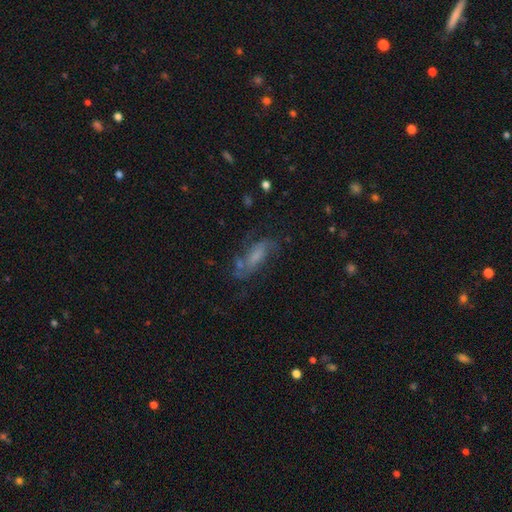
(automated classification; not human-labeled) Smooth or featured? featured or disk (57%)
Edge-on disk? no (86%)
Merging? none (54%)